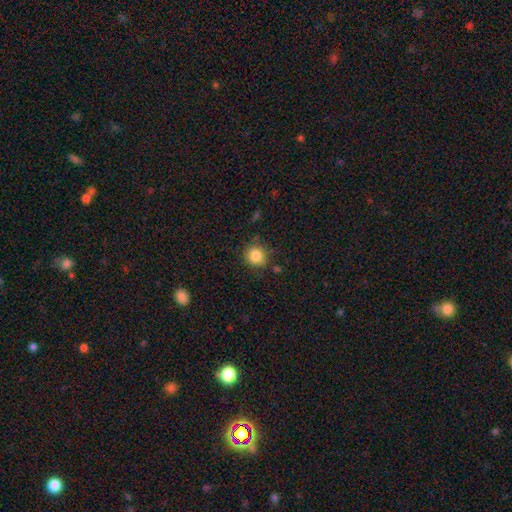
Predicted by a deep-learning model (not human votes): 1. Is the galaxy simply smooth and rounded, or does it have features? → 83% smooth, 11% star or artifact, 6% featured or disk.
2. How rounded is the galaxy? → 86% round, 13% in between, 1% cigar-shaped.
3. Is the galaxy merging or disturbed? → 81% none, 13% minor disturbance, 3% major disturbance, 3% merger.